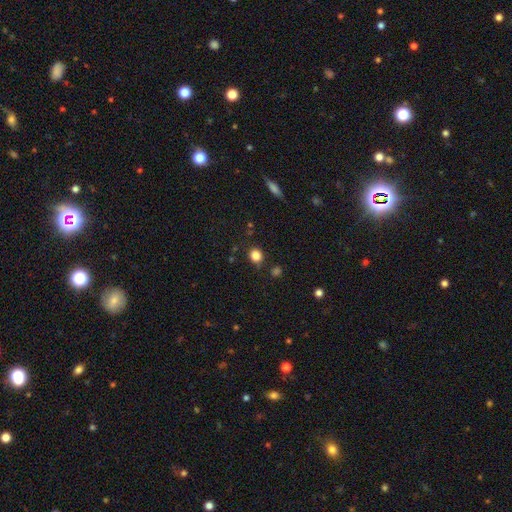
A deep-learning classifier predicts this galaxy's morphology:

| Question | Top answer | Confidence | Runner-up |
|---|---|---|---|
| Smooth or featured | smooth | 83% | star or artifact (12%) |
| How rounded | round | 81% | in between (18%) |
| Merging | none | 84% | minor disturbance (10%) |